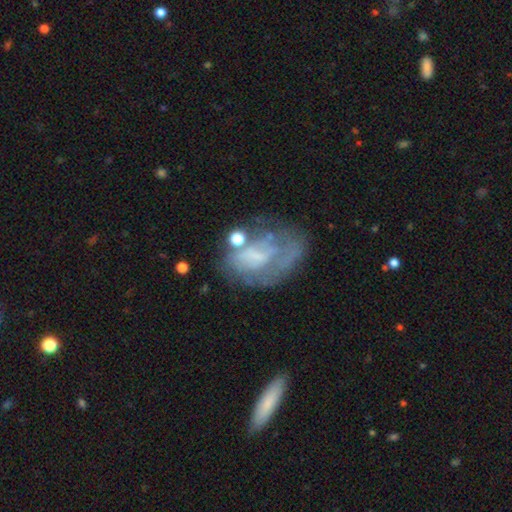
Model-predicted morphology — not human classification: A featured or disk galaxy (58%) with no bar (68%), no spiral arms (62%) and no central bulge (48%). Merging: none (39%).